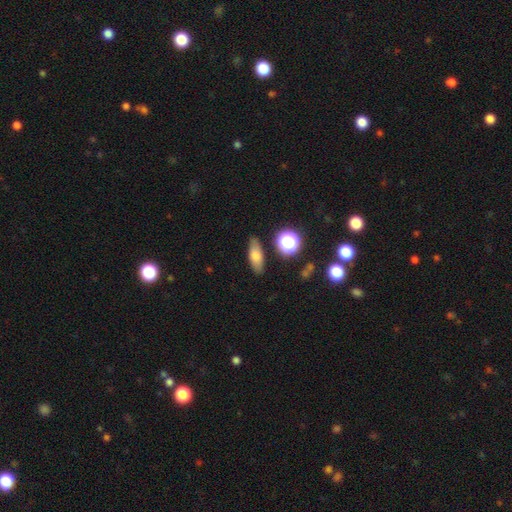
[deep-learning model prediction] Smooth or featured? Predicted: smooth (p=0.71). How rounded? Predicted: in between (p=0.65). Merging? Predicted: none (p=0.83).